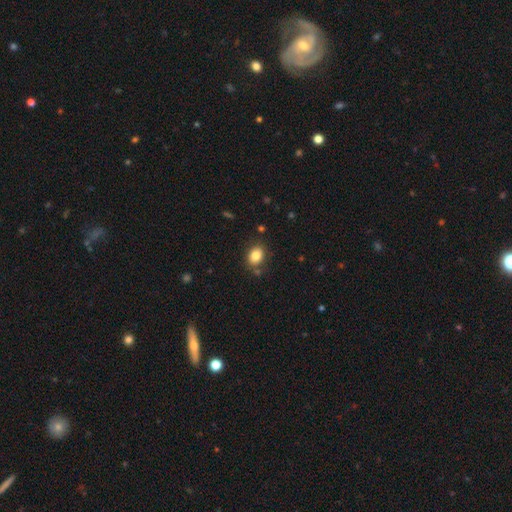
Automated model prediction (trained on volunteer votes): Q: Smooth or featured?
A: smooth (83%); runner-up: star or artifact (9%)
Q: How rounded?
A: in between (64%); runner-up: round (35%)
Q: Merging?
A: none (79%); runner-up: minor disturbance (13%)